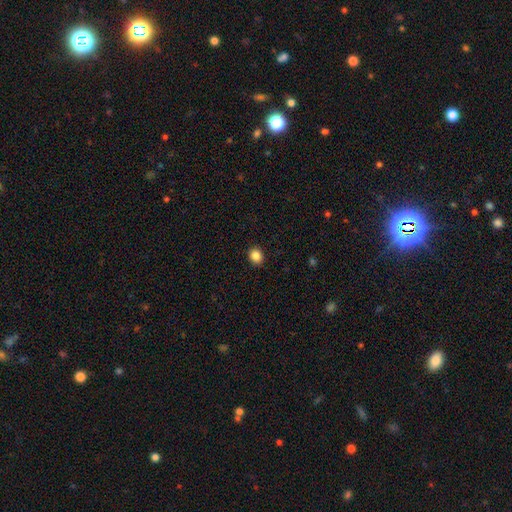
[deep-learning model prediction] smooth-or-featured: smooth: 86% | star or artifact: 10% | featured or disk: 4%
  how-rounded: round: 60% | in between: 39% | cigar-shaped: 1%
  merging: none: 91% | minor disturbance: 6% | major disturbance: 2% | merger: 1%